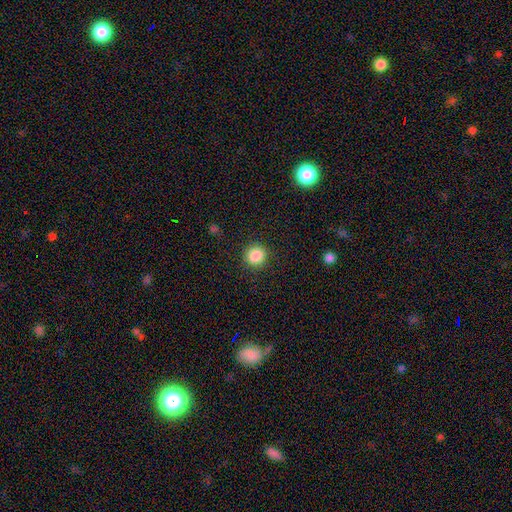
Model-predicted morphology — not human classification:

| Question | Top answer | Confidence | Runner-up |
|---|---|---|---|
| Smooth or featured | smooth | 87% | star or artifact (10%) |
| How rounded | round | 93% | in between (6%) |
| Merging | none | 90% | minor disturbance (6%) |